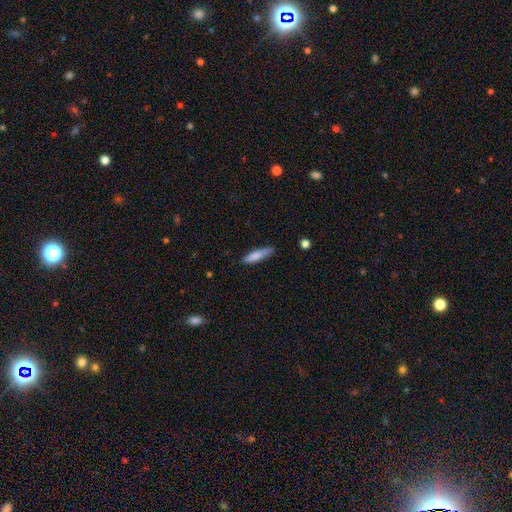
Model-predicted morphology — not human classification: smooth 82%, featured or disk 12%, star or artifact 6%. Down the decision tree: how rounded — cigar-shaped (73%); merging — none (72%).